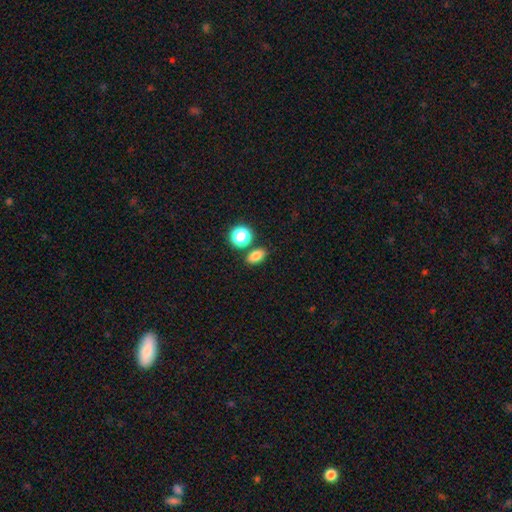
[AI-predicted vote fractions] smooth 80%, star or artifact 13%, featured or disk 6%. Down the decision tree: how rounded — in between (77%); merging — none (77%).